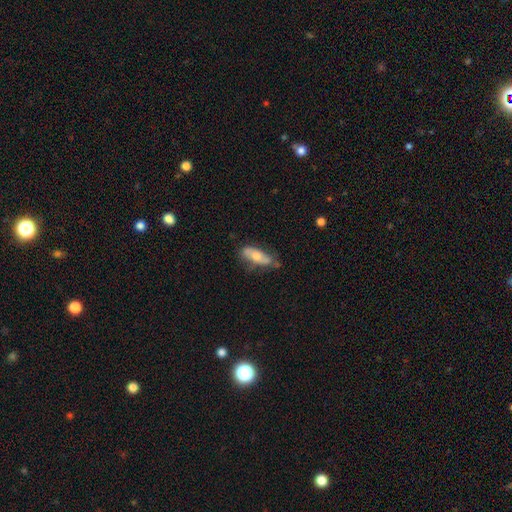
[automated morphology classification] The model was most divided on "smooth or featured": smooth: 54%, featured or disk: 40%, star or artifact: 6%. More confident: how rounded — in between (67%); merging — none (60%).